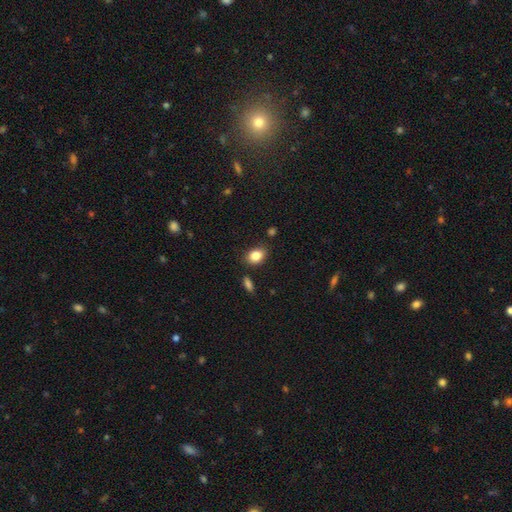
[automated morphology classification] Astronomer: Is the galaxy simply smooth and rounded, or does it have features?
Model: smooth — 85%.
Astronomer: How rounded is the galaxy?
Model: in between — 73%.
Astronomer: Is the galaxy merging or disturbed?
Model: none — 79%.